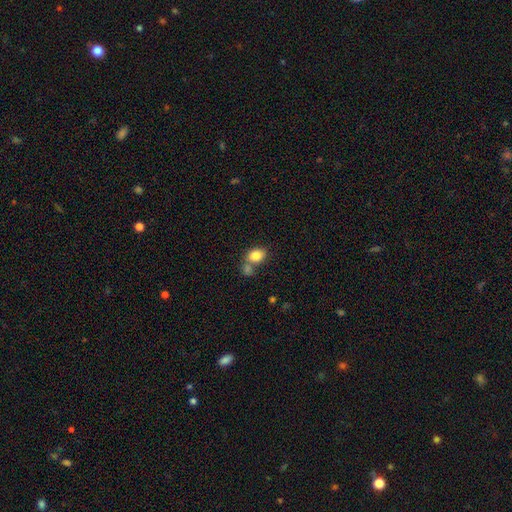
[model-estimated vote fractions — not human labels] smooth-or-featured: smooth: 82% | star or artifact: 9% | featured or disk: 9%
  how-rounded: in between: 65% | round: 34% | cigar-shaped: 1%
  merging: none: 46% | merger: 38% | minor disturbance: 12% | major disturbance: 5%